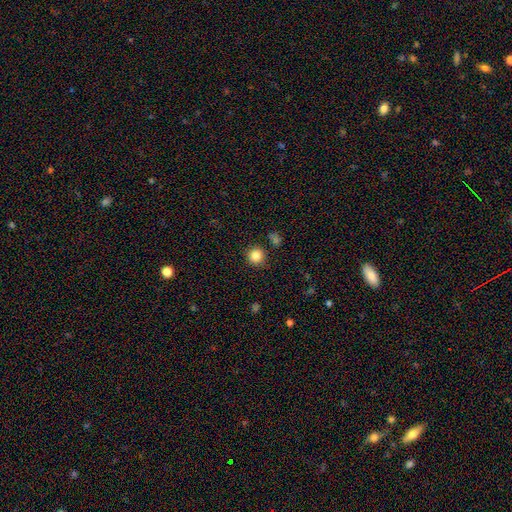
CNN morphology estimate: Smooth or featured?
  - smooth: 84% *
  - star or artifact: 11%
  - featured or disk: 4%
How rounded?
  - round: 95% *
  - in between: 4%
  - cigar-shaped: 1%
Merging?
  - none: 89% *
  - minor disturbance: 6%
  - merger: 3%
  - major disturbance: 2%